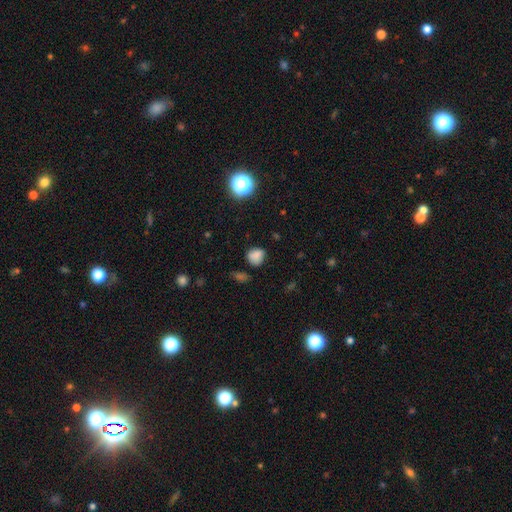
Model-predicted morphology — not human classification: Smooth or featured: smooth — 79% (star or artifact — 14%)
How rounded: round — 66% (in between — 32%)
Merging: none — 65% (minor disturbance — 24%)